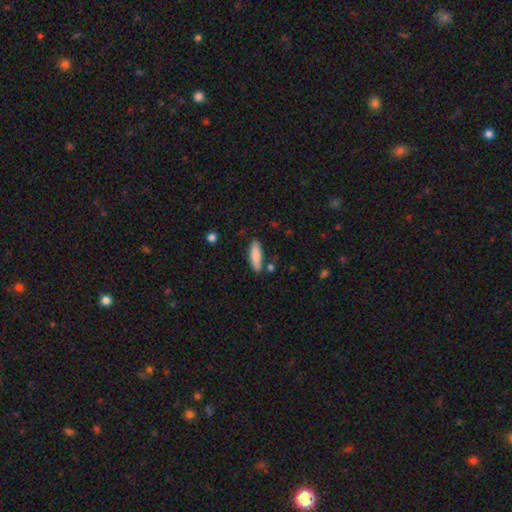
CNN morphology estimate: A smooth galaxy with no disk features (85%) that is cigar-shaped (52%). Merging: none (79%).